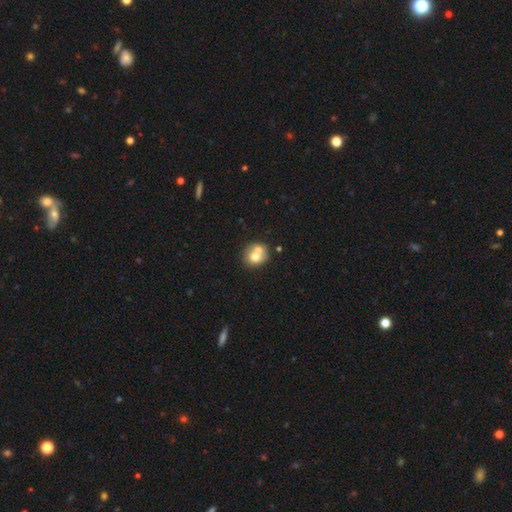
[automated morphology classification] The model was most divided on "merging": merger: 49%, none: 38%, minor disturbance: 10%, major disturbance: 4%. More confident: how rounded — round (73%); smooth or featured — smooth (68%).